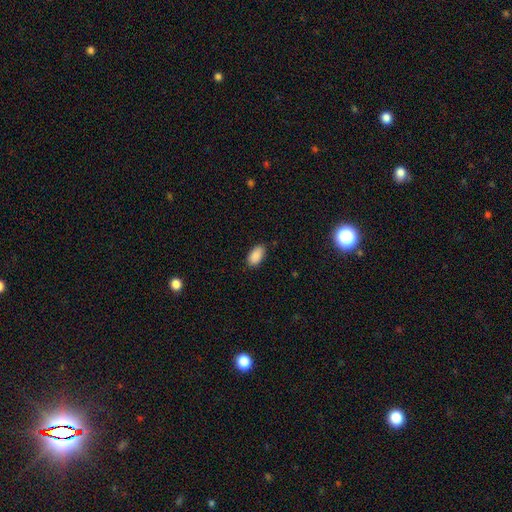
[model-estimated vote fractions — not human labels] A smooth galaxy with no disk features (89%) that is in between round and cigar-shaped (94%).

Vote fractions:
- Smooth or featured? smooth: 89% / star or artifact: 7% / featured or disk: 3%
- How rounded? in between: 94% / round: 4% / cigar-shaped: 2%
- Merging? none: 83% / minor disturbance: 13% / major disturbance: 2% / merger: 1%